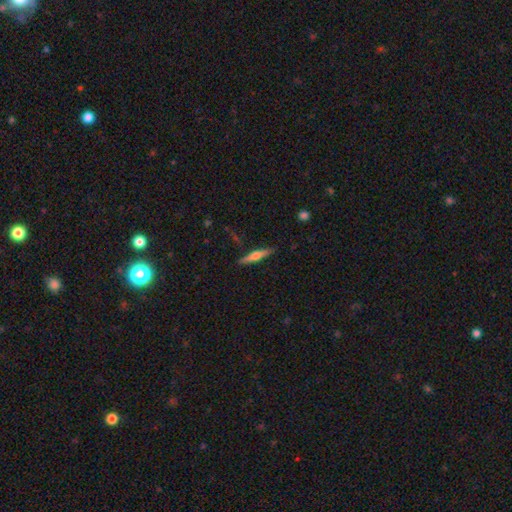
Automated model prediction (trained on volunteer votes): A featured or disk galaxy (55%) viewed edge-on (96%) with a rounded central bulge (87%).

Vote fractions:
- Smooth or featured? featured or disk: 55% / smooth: 39% / star or artifact: 6%
- Edge-on disk? yes: 96% / no: 4%
- Edge-on bulge? rounded: 87% / none: 7% / boxy: 6%
- Merging? none: 88% / minor disturbance: 8% / major disturbance: 2% / merger: 2%